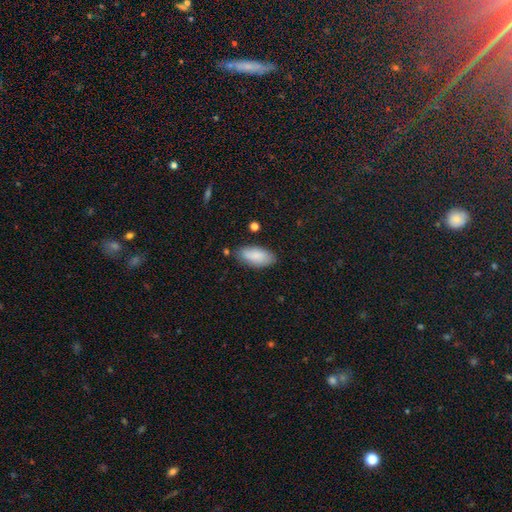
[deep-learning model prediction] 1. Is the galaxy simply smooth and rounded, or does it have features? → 84% smooth, 9% featured or disk, 6% star or artifact.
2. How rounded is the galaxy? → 89% in between, 9% cigar-shaped, 2% round.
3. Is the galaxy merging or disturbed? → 79% none, 15% minor disturbance, 3% major disturbance, 3% merger.